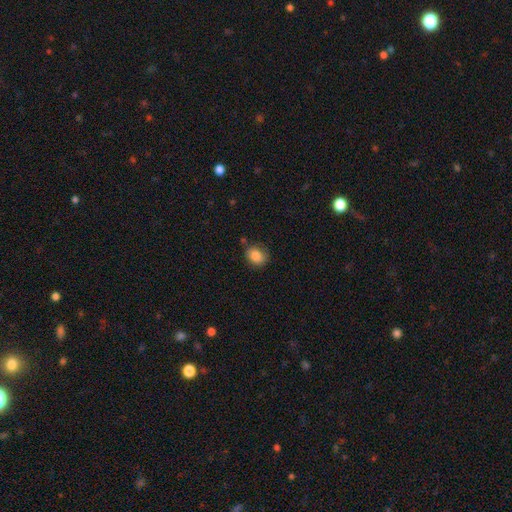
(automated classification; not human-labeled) Smooth or featured?
  - smooth: 82% *
  - featured or disk: 9%
  - star or artifact: 8%
How rounded?
  - round: 53% *
  - in between: 46%
  - cigar-shaped: 1%
Merging?
  - none: 66% *
  - minor disturbance: 24%
  - major disturbance: 6%
  - merger: 4%